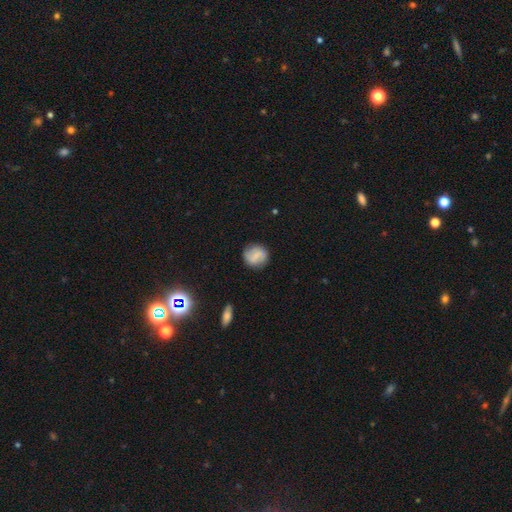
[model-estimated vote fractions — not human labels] This is possibly a smooth galaxy (54%). How rounded: clearly round (84%). Merging: clearly none (82%).